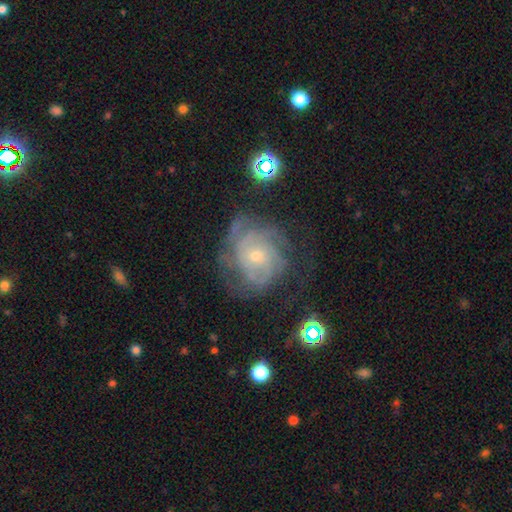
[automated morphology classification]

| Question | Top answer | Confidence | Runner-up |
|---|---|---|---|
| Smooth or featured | featured or disk | 80% | smooth (11%) |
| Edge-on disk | no | 97% | yes (3%) |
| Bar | no | 76% | weak (21%) |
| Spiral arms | yes | 92% | no (8%) |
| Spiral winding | tight | 61% | medium (30%) |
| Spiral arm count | can't tell | 41% | 3 (18%) |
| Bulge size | small | 70% | moderate (26%) |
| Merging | none | 61% | minor disturbance (21%) |